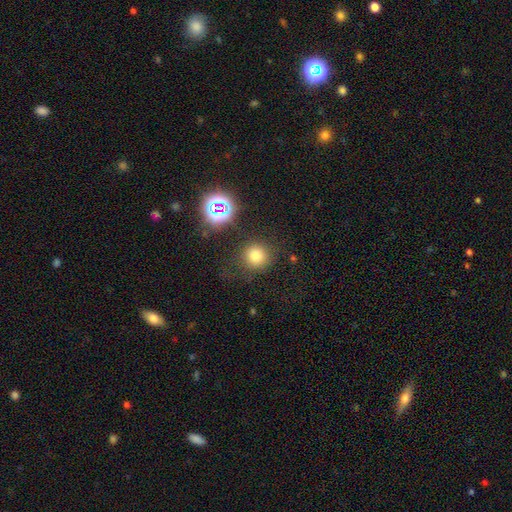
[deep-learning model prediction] This appears to be a smooth galaxy with no disk features (74%) that is round (91%). Merging: none (79%).